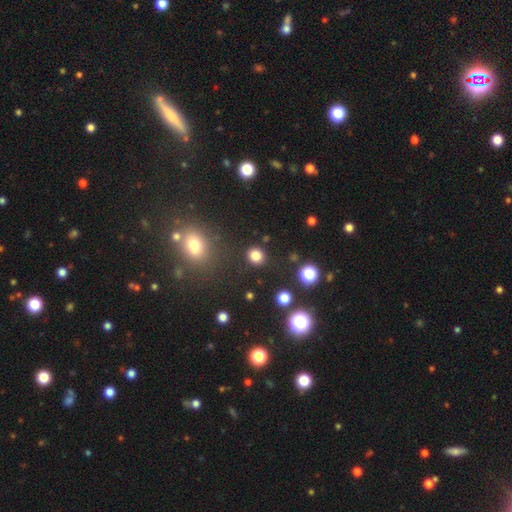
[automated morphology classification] Smooth or featured: smooth — 82% (star or artifact — 14%)
How rounded: round — 85% (in between — 14%)
Merging: none — 88% (minor disturbance — 7%)